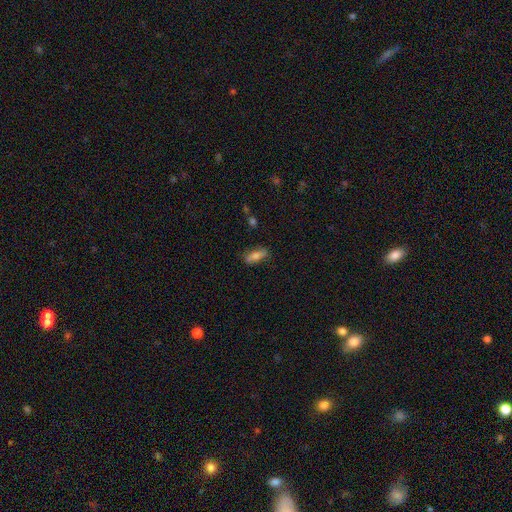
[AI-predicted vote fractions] Morphology: type=smooth (70%); roundness=in between (64%); merging=none (79%).